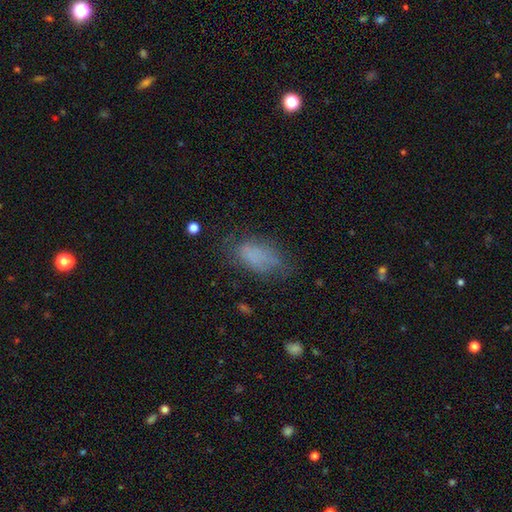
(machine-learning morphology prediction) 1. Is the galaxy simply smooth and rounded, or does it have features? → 72% smooth, 15% featured or disk, 13% star or artifact.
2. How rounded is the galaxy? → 90% in between, 6% round, 5% cigar-shaped.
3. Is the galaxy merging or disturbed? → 56% none, 26% minor disturbance, 16% major disturbance, 2% merger.